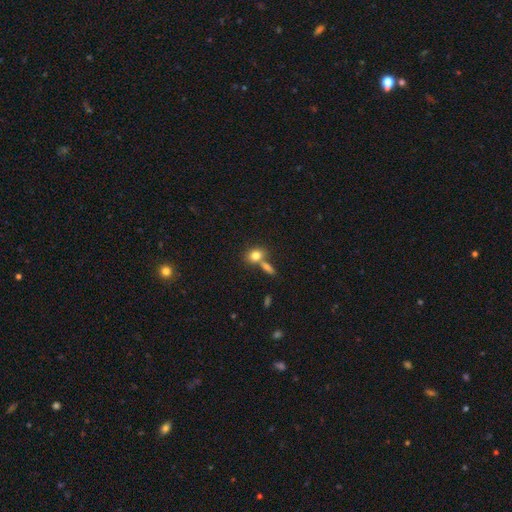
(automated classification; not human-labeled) smooth 79%, featured or disk 11%, star or artifact 10%. Down the decision tree: how rounded — in between (54%); merging — none (46%).